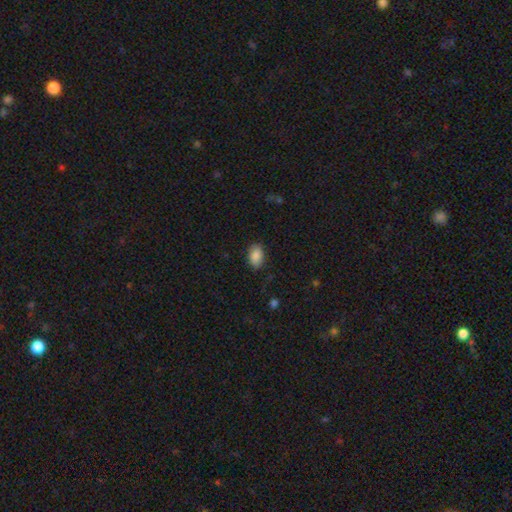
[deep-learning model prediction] Smooth or featured? Predicted: smooth (p=0.88). How rounded? Predicted: in between (p=0.89). Merging? Predicted: none (p=0.85).